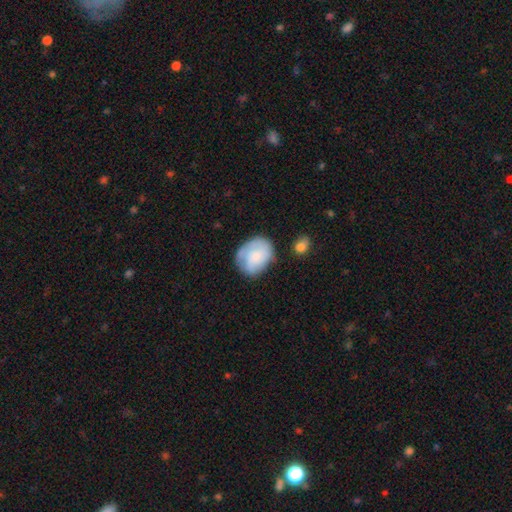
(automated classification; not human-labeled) smooth-or-featured: smooth: 55% | featured or disk: 38% | star or artifact: 7%
  how-rounded: in between: 50% | round: 49% | cigar-shaped: 1%
  merging: none: 58% | minor disturbance: 26% | major disturbance: 11% | merger: 5%